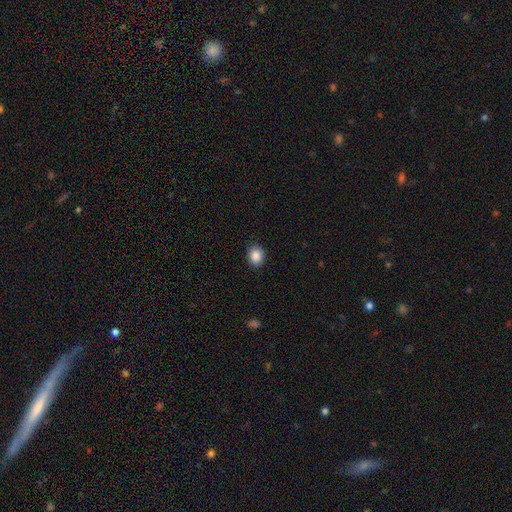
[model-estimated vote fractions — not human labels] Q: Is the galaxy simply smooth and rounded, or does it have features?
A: smooth — 88%.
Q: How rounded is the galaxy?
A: round — 59%.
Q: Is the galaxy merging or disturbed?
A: none — 89%.